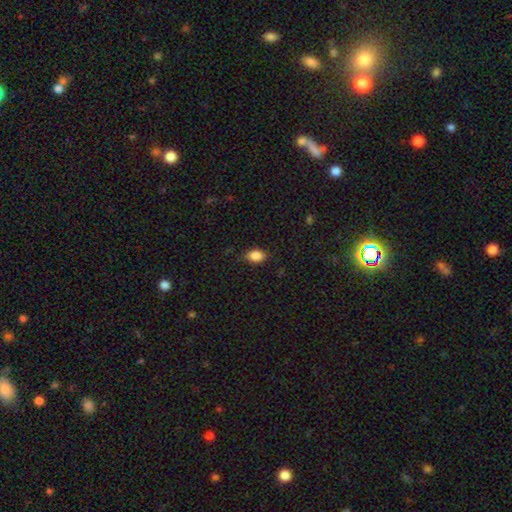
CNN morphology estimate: smooth_or_featured: smooth (p=0.87) [alt: star or artifact p=0.08]
how_rounded: in between (p=0.83) [alt: round p=0.15]
merging: none (p=0.82) [alt: minor disturbance p=0.14]